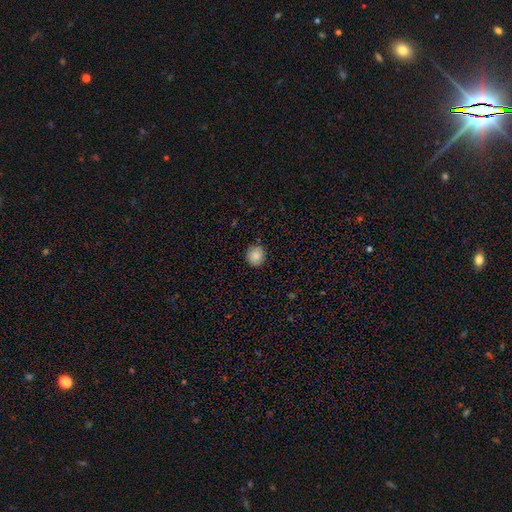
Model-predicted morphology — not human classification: smooth_or_featured: smooth (p=0.86) [alt: star or artifact p=0.09]
how_rounded: round (p=0.91) [alt: in between p=0.08]
merging: none (p=0.89) [alt: minor disturbance p=0.08]